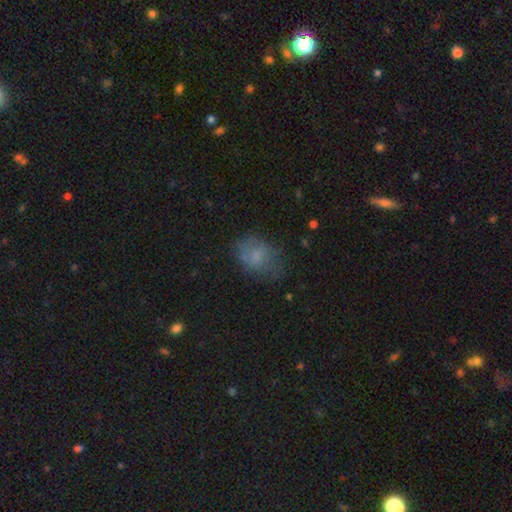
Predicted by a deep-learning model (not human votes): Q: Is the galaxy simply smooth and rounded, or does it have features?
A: smooth — 65%.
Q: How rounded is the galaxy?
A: in between — 72%.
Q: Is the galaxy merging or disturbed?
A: none — 54%.